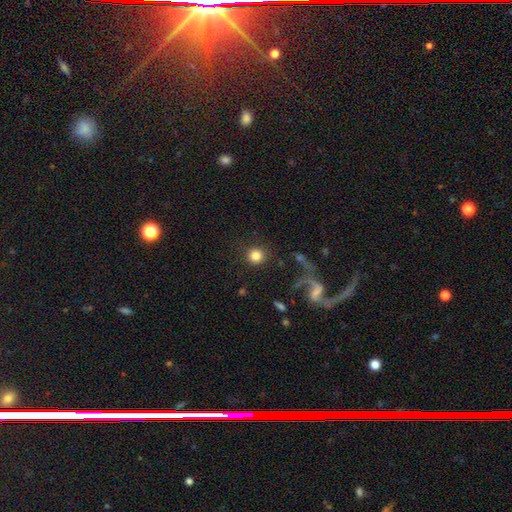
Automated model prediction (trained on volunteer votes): The model was most divided on "smooth or featured": smooth: 83%, star or artifact: 10%, featured or disk: 7%. More confident: how rounded — round (93%); merging — none (87%).